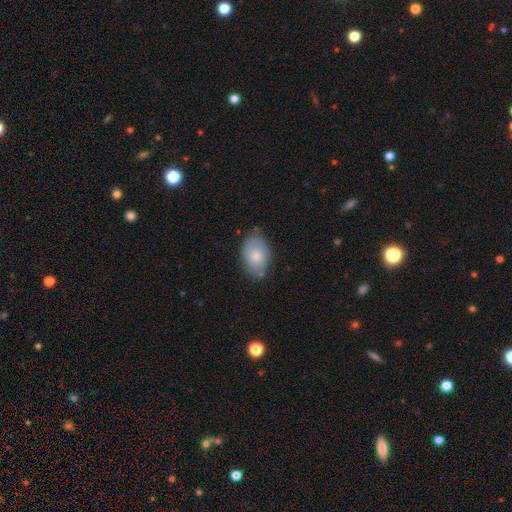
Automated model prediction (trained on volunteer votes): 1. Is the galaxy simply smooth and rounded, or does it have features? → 74% smooth, 20% featured or disk, 7% star or artifact.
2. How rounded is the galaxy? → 89% in between, 10% round, 1% cigar-shaped.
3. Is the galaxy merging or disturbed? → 71% none, 23% minor disturbance, 4% major disturbance, 2% merger.